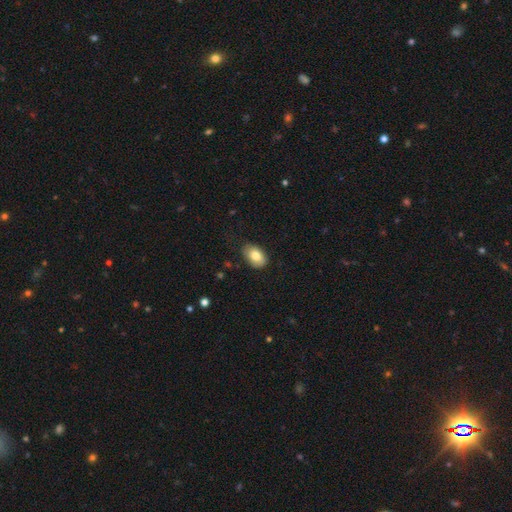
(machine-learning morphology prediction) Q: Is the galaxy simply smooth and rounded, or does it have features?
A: smooth — 81%.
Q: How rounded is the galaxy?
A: in between — 89%.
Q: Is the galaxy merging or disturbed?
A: none — 79%.